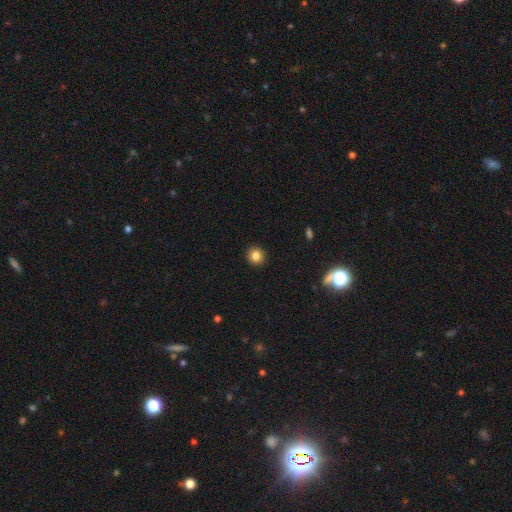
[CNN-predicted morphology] Smooth or featured? Predicted: smooth (p=0.83). How rounded? Predicted: round (p=0.89). Merging? Predicted: none (p=0.92).